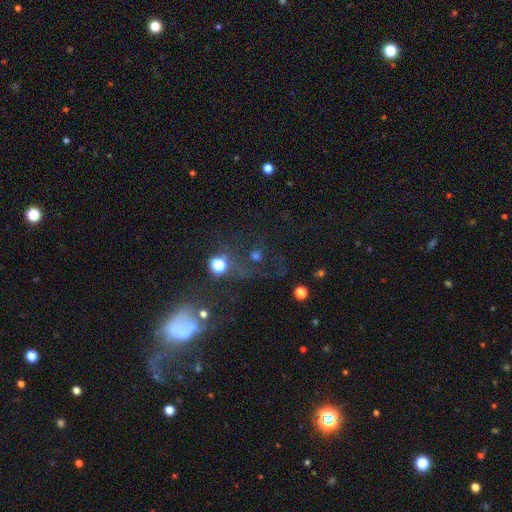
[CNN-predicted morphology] star or artifact 46%, smooth 35%, featured or disk 19%.